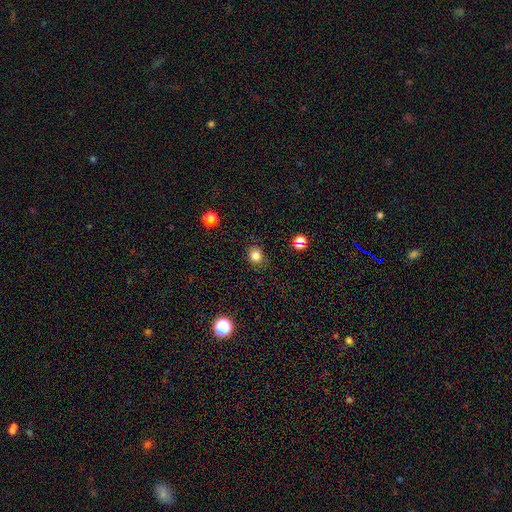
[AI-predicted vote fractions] A smooth galaxy with no disk features (81%) that is round (78%). Merging: none (83%).